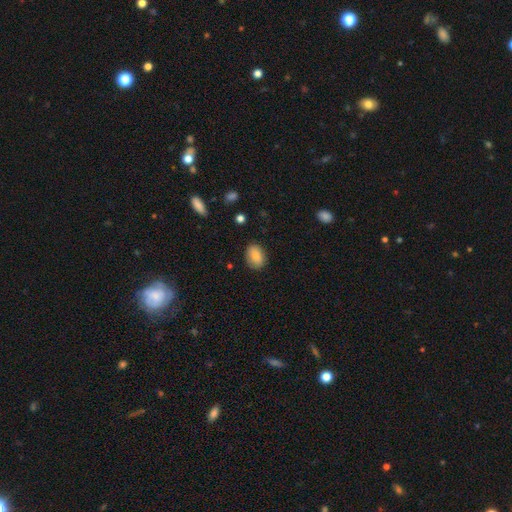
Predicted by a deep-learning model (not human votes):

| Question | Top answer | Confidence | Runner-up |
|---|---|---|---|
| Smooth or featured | smooth | 80% | featured or disk (12%) |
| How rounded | in between | 76% | round (23%) |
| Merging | none | 83% | minor disturbance (13%) |